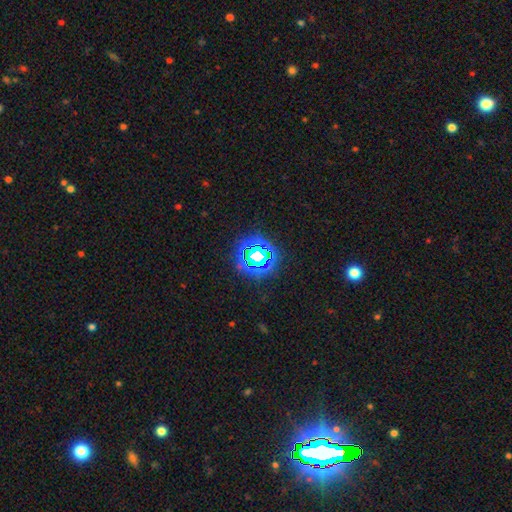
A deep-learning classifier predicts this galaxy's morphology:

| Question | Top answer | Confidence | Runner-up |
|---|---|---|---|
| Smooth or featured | star or artifact | 80% | smooth (13%) |